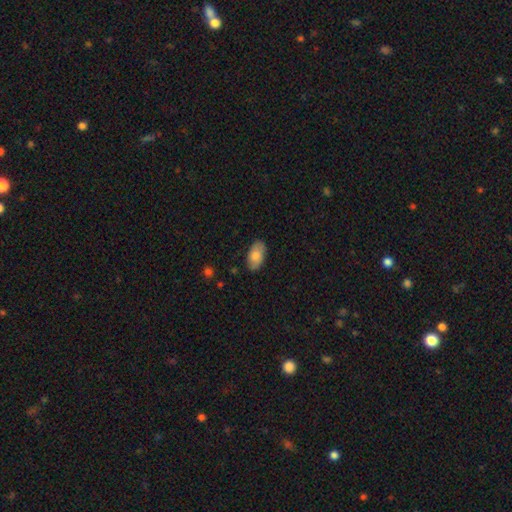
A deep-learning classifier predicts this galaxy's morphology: Smooth or featured: smooth — 79% (featured or disk — 14%)
How rounded: in between — 94% (round — 3%)
Merging: none — 84% (minor disturbance — 13%)